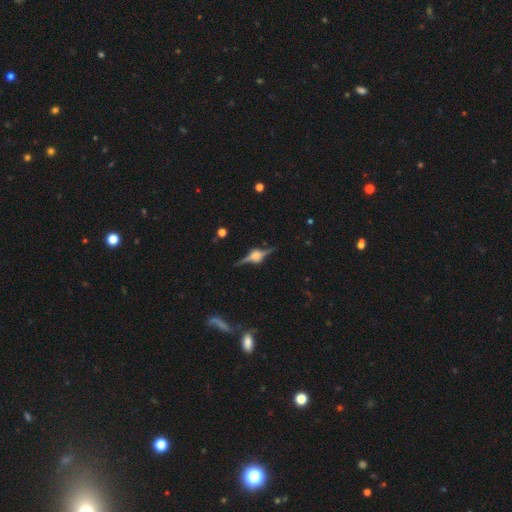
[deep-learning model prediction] This appears to be a featured or disk galaxy (87%) viewed edge-on (97%) with a rounded central bulge (87%). Merging: none (86%).